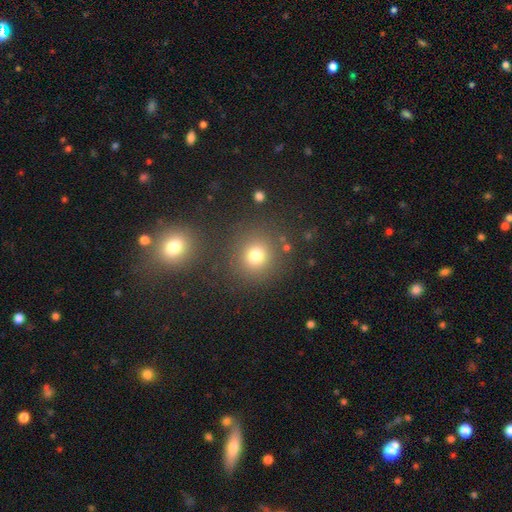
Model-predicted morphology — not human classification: This appears to be a smooth galaxy with no disk features (76%) that is round (90%). Merging: none (82%).